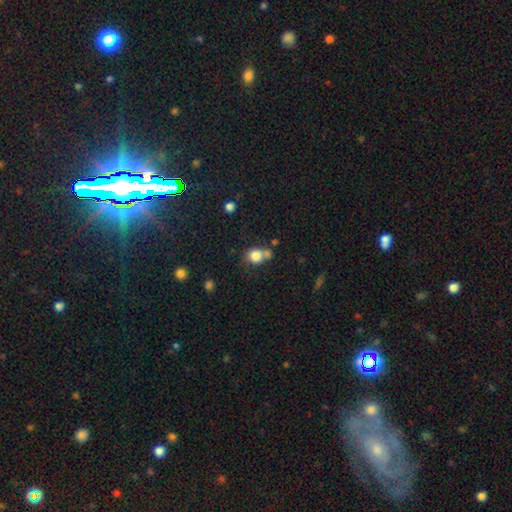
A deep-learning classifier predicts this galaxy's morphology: type=smooth (81%); roundness=round (80%); merging=none (50%).